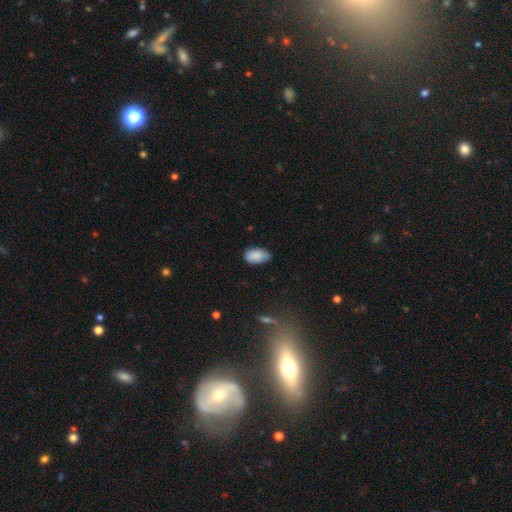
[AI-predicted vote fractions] Smooth or featured? smooth (84%)
How rounded? in between (93%)
Merging? none (67%)